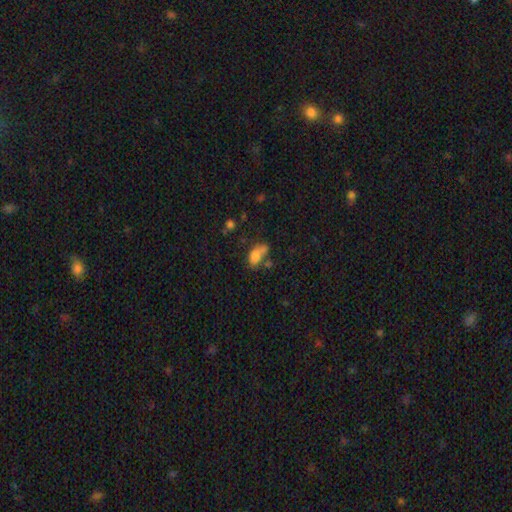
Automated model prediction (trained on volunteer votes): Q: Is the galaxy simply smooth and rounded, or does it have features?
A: smooth — 75%.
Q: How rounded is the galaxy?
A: in between — 84%.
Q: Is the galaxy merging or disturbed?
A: none — 33%.